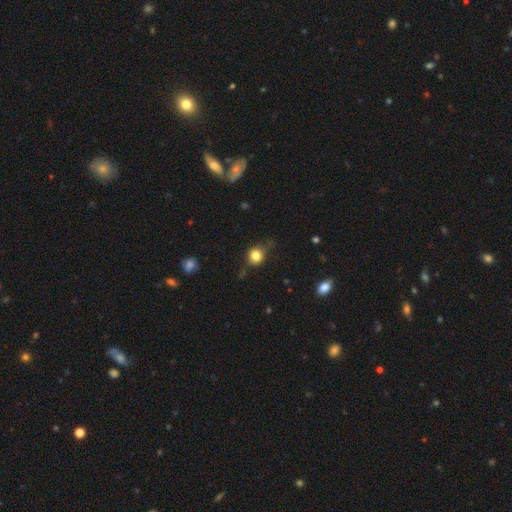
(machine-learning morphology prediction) smooth-or-featured: smooth: 77% | featured or disk: 12% | star or artifact: 11%
  how-rounded: round: 84% | in between: 15% | cigar-shaped: 1%
  merging: none: 66% | minor disturbance: 24% | major disturbance: 8% | merger: 2%